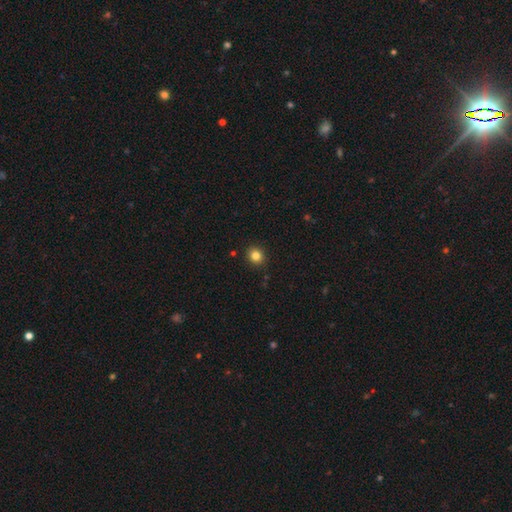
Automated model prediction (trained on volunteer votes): smooth 83%, star or artifact 12%, featured or disk 5%. Down the decision tree: how rounded — round (85%); merging — none (91%).